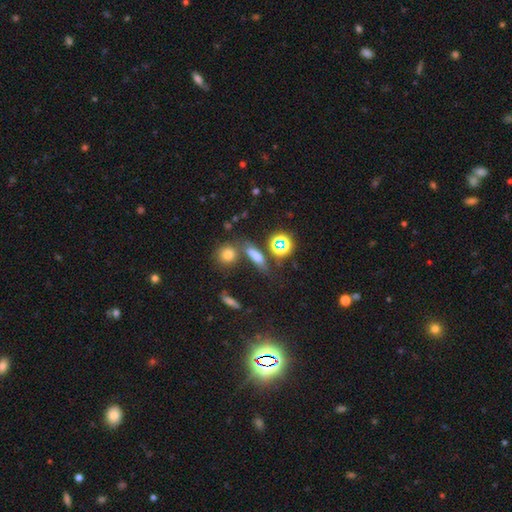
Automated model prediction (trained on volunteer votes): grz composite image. It shows a smooth galaxy with no disk features (63%) that is cigar-shaped (43%). Merging: none (60%).